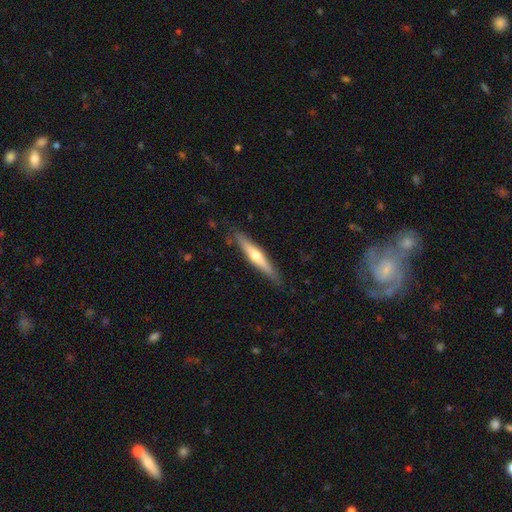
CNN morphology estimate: This is possibly a featured or disk galaxy (59%). It is clearly viewed edge-on (95%). Edge-on bulge: clearly rounded (88%). Merging: clearly none (86%).